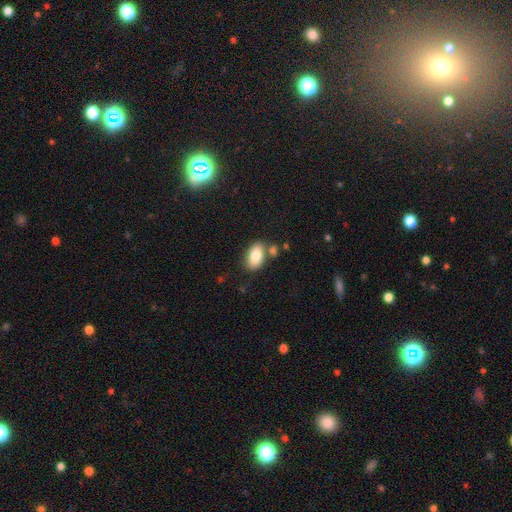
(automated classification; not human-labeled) A smooth galaxy with no disk features (84%) that is in between round and cigar-shaped (93%). Merging: none (69%).